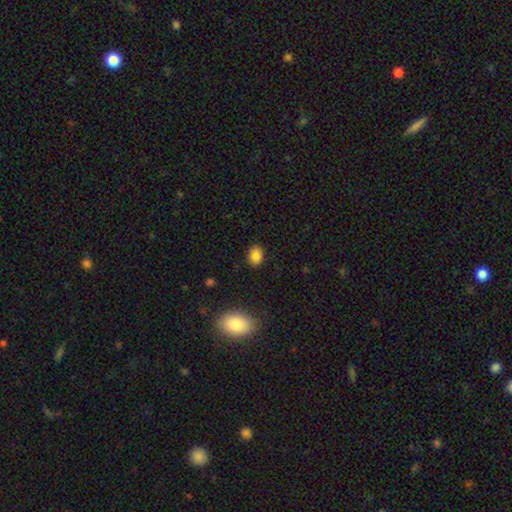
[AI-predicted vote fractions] Smooth or featured? Predicted: smooth (p=0.85). How rounded? Predicted: in between (p=0.63). Merging? Predicted: none (p=0.88).